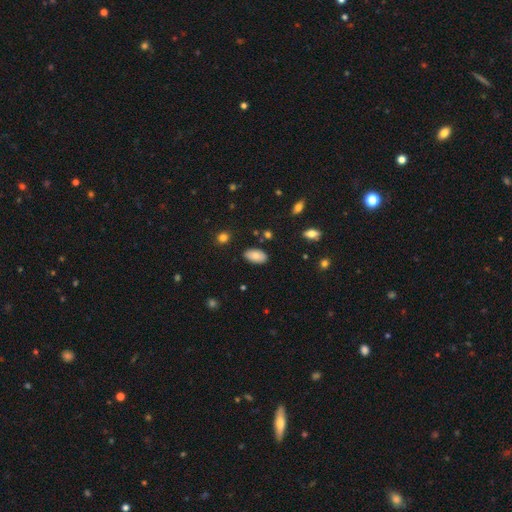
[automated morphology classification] Smooth or featured? smooth (81%)
How rounded? in between (95%)
Merging? none (84%)